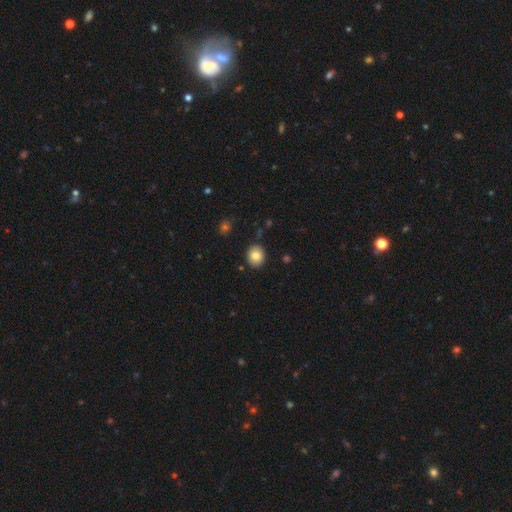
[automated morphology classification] Smooth or featured? smooth (83%)
How rounded? round (73%)
Merging? none (88%)